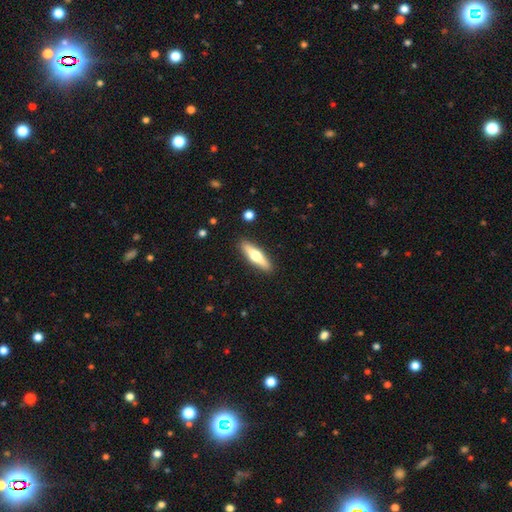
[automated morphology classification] type=featured or disk (50%); merging=none (90%).